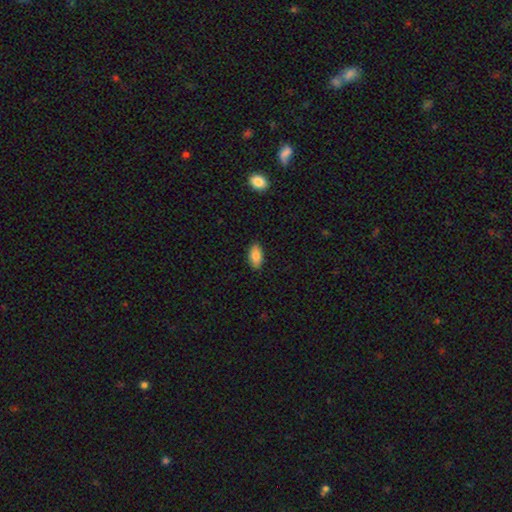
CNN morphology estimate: Smooth or featured?
  - smooth: 85% *
  - featured or disk: 8%
  - star or artifact: 7%
How rounded?
  - in between: 91% *
  - cigar-shaped: 6%
  - round: 3%
Merging?
  - none: 89% *
  - minor disturbance: 8%
  - major disturbance: 2%
  - merger: 1%